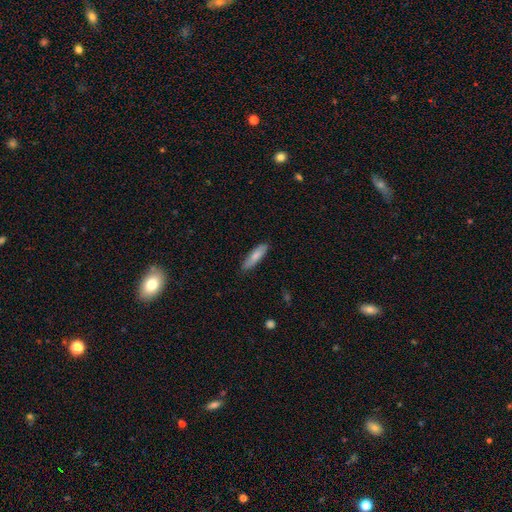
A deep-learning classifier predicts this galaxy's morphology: smooth_or_featured: smooth (p=0.78) [alt: featured or disk p=0.17]
how_rounded: cigar-shaped (p=0.65) [alt: in between p=0.33]
merging: none (p=0.85) [alt: minor disturbance p=0.12]